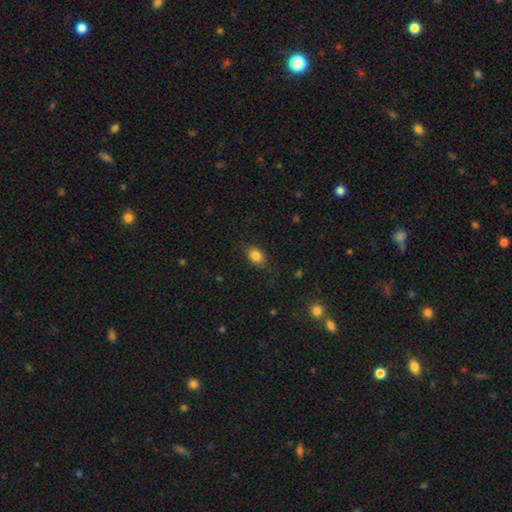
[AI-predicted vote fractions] Q: Smooth or featured?
A: smooth (85%); runner-up: star or artifact (9%)
Q: How rounded?
A: in between (76%); runner-up: round (23%)
Q: Merging?
A: none (82%); runner-up: minor disturbance (13%)